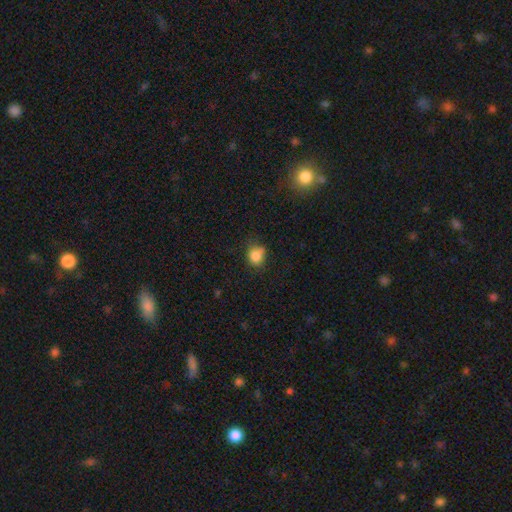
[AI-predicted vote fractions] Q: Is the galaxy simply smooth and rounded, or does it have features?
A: smooth — 82%.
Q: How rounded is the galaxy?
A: round — 64%.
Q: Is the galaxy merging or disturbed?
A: none — 57%.